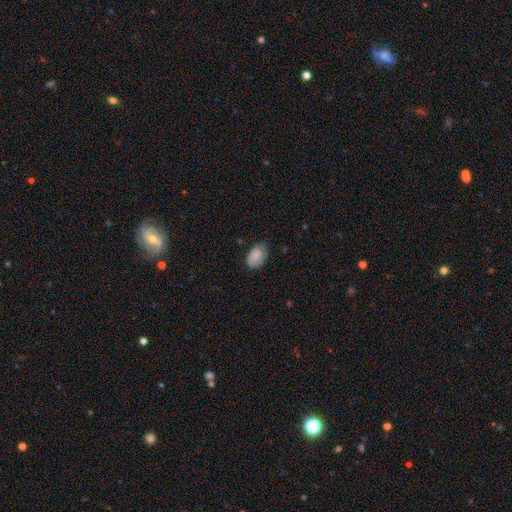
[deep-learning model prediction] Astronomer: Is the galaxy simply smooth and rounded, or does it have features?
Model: smooth — 82%.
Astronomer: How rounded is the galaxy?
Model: in between — 88%.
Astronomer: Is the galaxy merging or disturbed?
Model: none — 60%.